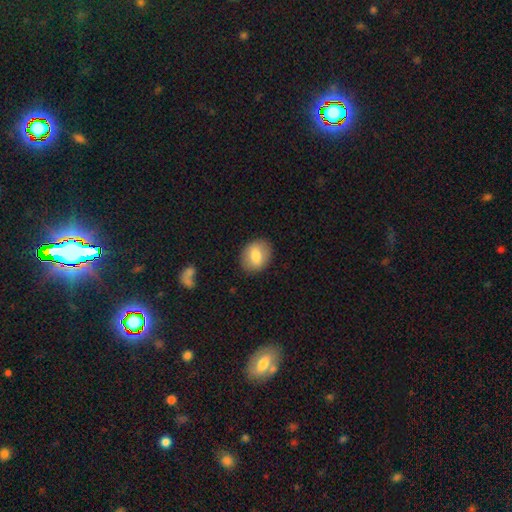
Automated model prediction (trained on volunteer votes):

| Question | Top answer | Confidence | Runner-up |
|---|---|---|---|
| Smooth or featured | smooth | 76% | featured or disk (17%) |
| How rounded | in between | 50% | round (49%) |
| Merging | none | 87% | minor disturbance (9%) |